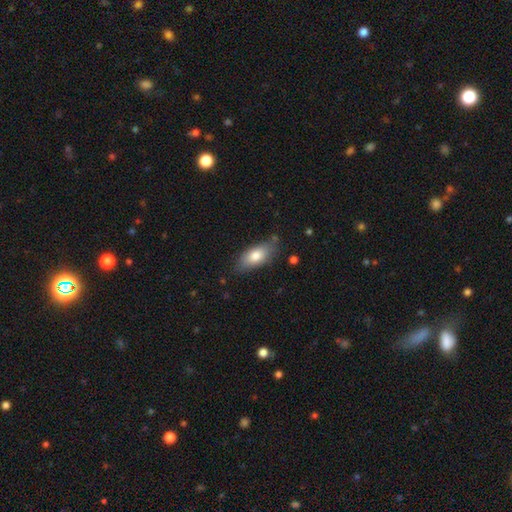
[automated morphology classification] Smooth or featured?
  - smooth: 77% *
  - featured or disk: 16%
  - star or artifact: 6%
How rounded?
  - in between: 85% *
  - cigar-shaped: 12%
  - round: 3%
Merging?
  - none: 76% *
  - minor disturbance: 18%
  - major disturbance: 4%
  - merger: 3%